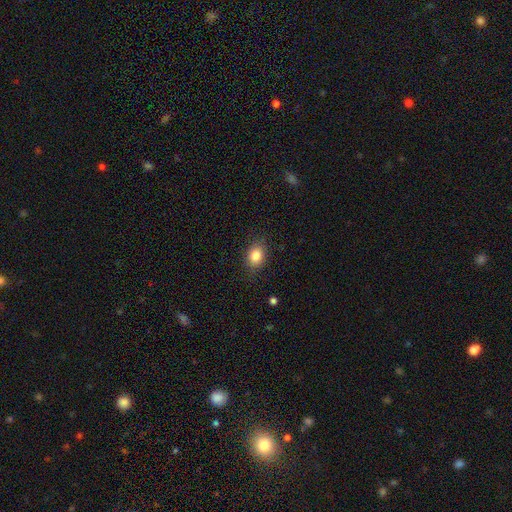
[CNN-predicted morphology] The model was most divided on "how rounded": in between: 64%, round: 35%, cigar-shaped: 1%. More confident: merging — none (85%); smooth or featured — smooth (83%).